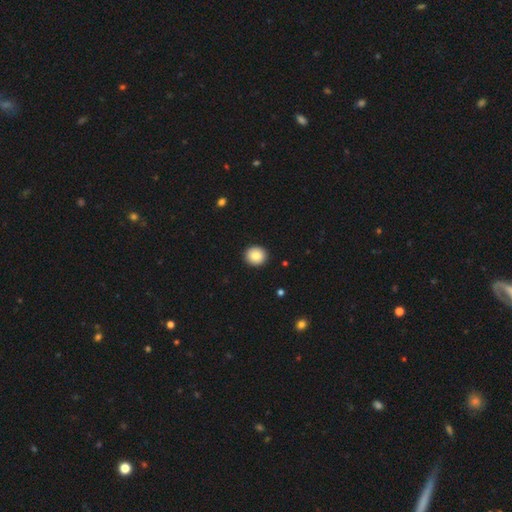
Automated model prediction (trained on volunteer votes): This is clearly a smooth galaxy (85%). How rounded: clearly round (91%). Merging: clearly none (93%).